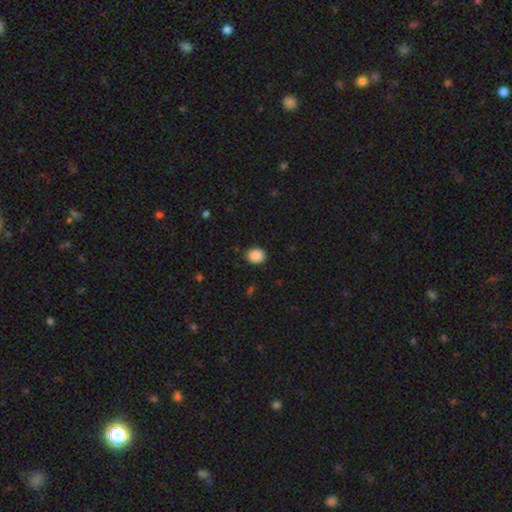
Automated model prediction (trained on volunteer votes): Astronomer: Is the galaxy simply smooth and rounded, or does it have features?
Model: smooth — 89%.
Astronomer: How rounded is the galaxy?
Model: in between — 50% (runner-up: round, 49%).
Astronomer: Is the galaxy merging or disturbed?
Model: none — 87%.